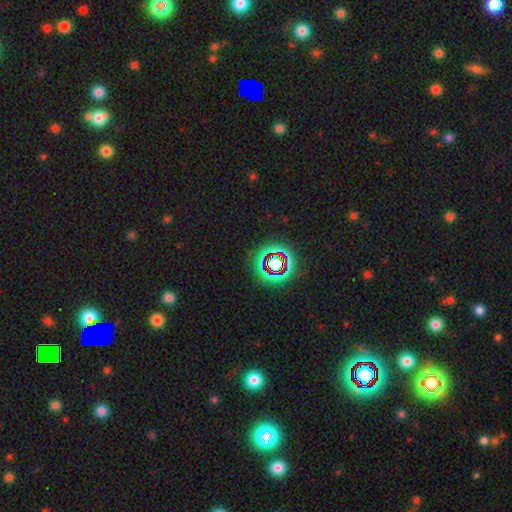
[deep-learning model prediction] Overall: star or artifact (63%).